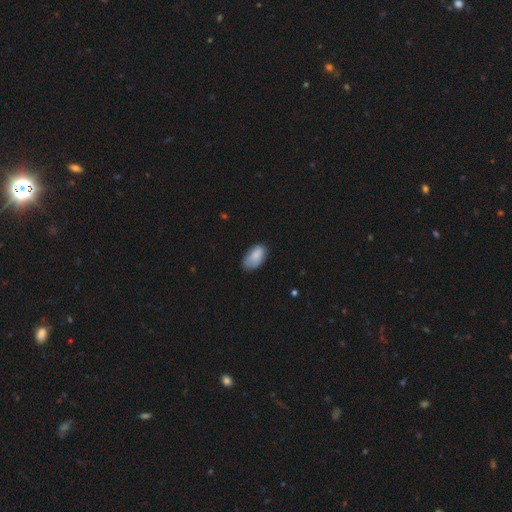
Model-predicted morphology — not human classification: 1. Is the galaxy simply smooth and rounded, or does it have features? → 86% smooth, 7% featured or disk, 7% star or artifact.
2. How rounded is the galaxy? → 94% in between, 3% round, 2% cigar-shaped.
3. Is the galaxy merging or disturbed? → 67% none, 27% minor disturbance, 5% major disturbance, 1% merger.